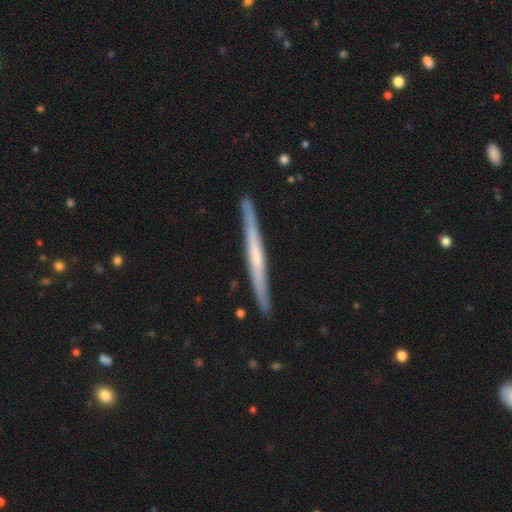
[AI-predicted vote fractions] featured or disk 60%, smooth 35%, star or artifact 5%. Down the decision tree: edge-on disk — yes (97%); edge-on bulge — none (70%); merging — none (90%).